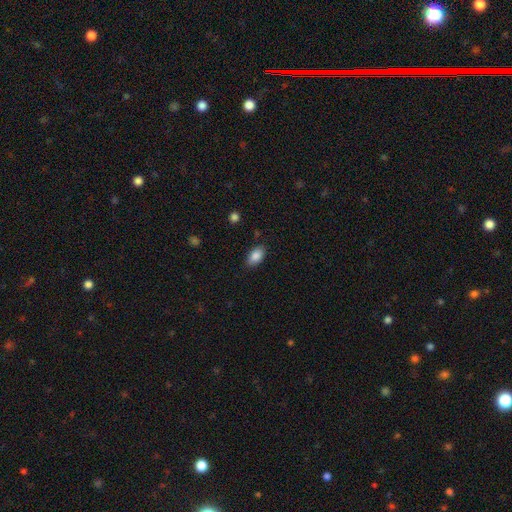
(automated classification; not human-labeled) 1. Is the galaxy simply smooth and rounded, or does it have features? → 87% smooth, 8% star or artifact, 6% featured or disk.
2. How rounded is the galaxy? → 92% in between, 6% round, 2% cigar-shaped.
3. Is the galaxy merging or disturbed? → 85% none, 11% minor disturbance, 3% major disturbance, 1% merger.